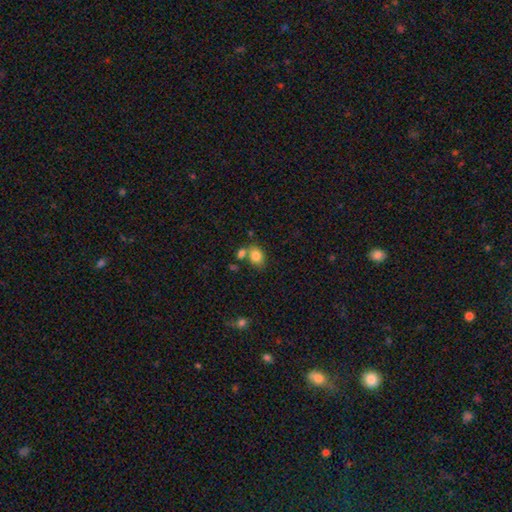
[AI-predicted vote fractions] This appears to be a smooth galaxy with no disk features (83%) that is in between round and cigar-shaped (67%). Merging: none (57%).